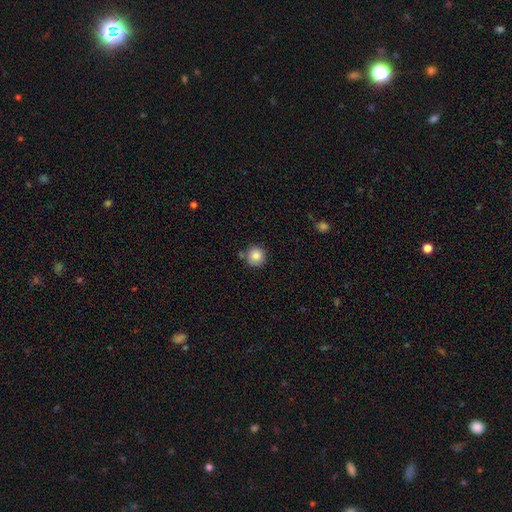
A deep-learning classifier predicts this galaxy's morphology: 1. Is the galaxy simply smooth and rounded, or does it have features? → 85% smooth, 9% star or artifact, 6% featured or disk.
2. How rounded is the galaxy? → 94% round, 5% in between, 1% cigar-shaped.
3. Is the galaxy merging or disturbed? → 78% none, 11% minor disturbance, 8% merger, 3% major disturbance.